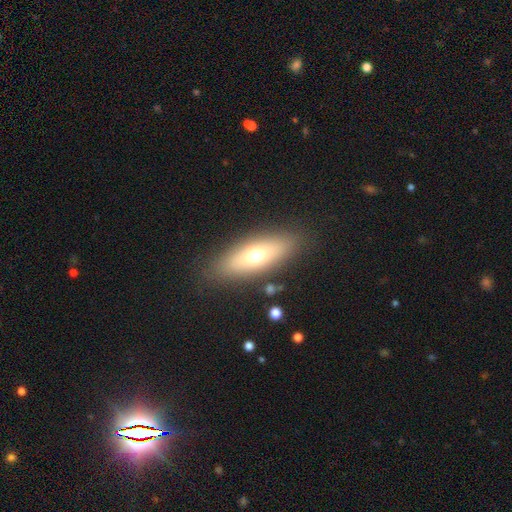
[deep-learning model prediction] Overall: smooth (61%; featured or disk 31%). How rounded: in between (64%; cigar-shaped 32%). Merging: none (85%).